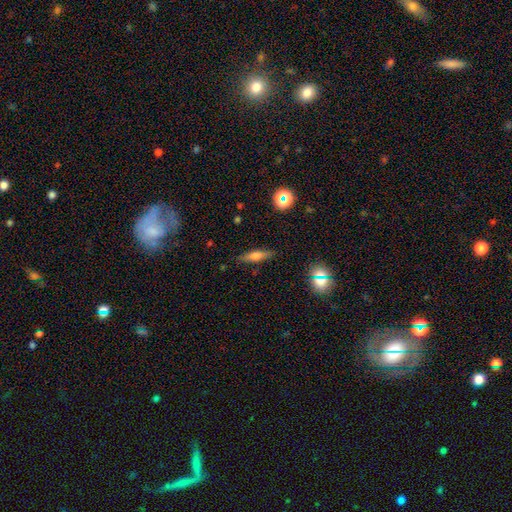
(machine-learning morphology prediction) A smooth galaxy with no disk features (56%) that is cigar-shaped (68%).

Vote fractions:
- Smooth or featured? smooth: 56% / featured or disk: 34% / star or artifact: 10%
- How rounded? cigar-shaped: 68% / in between: 28% / round: 4%
- Merging? none: 86% / minor disturbance: 10% / major disturbance: 3% / merger: 2%